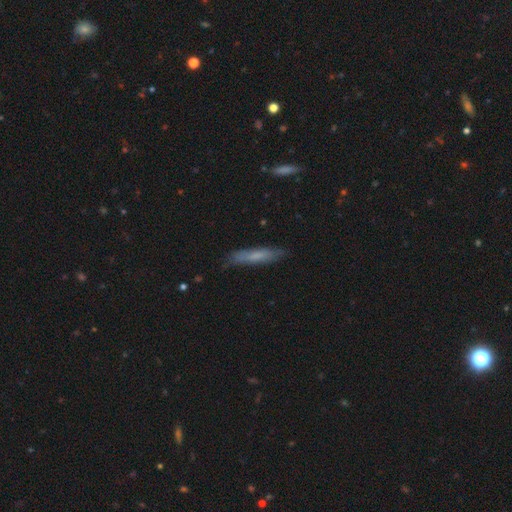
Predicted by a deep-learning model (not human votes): Smooth or featured: smooth — 63% (featured or disk — 30%)
How rounded: cigar-shaped — 86% (in between — 13%)
Merging: none — 80% (minor disturbance — 16%)